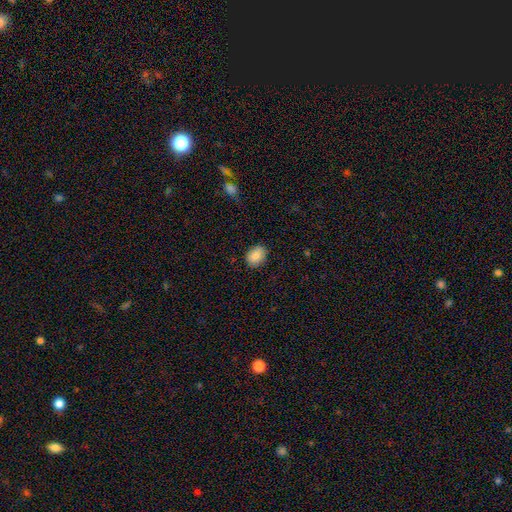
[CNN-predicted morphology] Smooth or featured: smooth — 88% (star or artifact — 8%)
How rounded: in between — 64% (round — 35%)
Merging: none — 85% (minor disturbance — 11%)